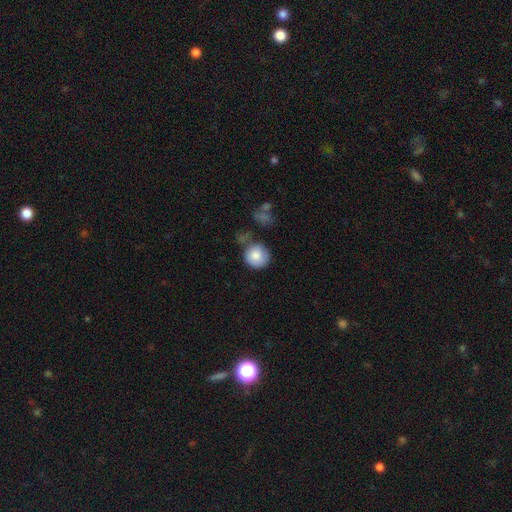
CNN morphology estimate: smooth 82%, featured or disk 11%, star or artifact 7%. Down the decision tree: how rounded — round (89%); merging — none (56%).